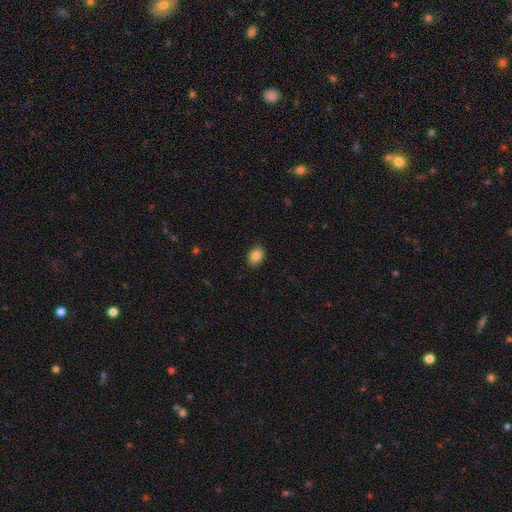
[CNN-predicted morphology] A smooth galaxy with no disk features (87%) that is in between round and cigar-shaped (74%).

Vote fractions:
- Smooth or featured? smooth: 87% / star or artifact: 8% / featured or disk: 5%
- How rounded? in between: 74% / round: 25% / cigar-shaped: 1%
- Merging? none: 86% / minor disturbance: 10% / major disturbance: 2% / merger: 1%